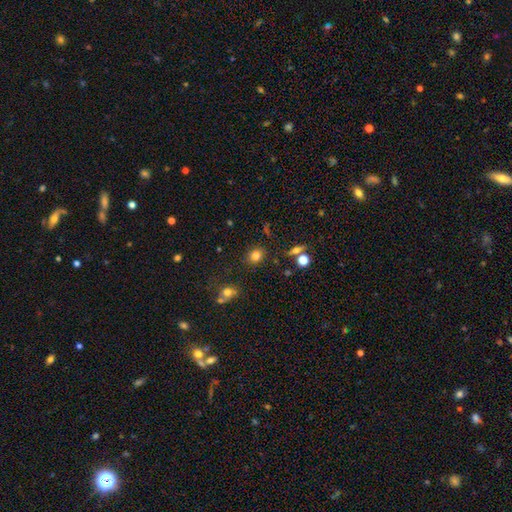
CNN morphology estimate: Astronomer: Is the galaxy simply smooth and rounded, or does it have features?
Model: smooth — 79%.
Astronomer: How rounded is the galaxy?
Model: round — 58% (runner-up: in between, 41%).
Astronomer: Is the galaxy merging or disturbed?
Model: none — 82%.